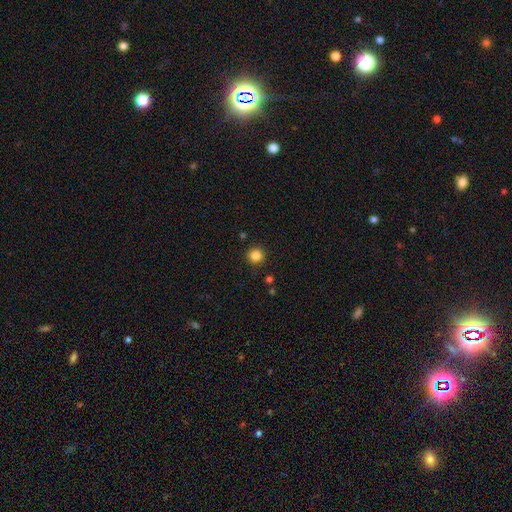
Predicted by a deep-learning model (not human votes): This is clearly a smooth galaxy (84%). How rounded: clearly round (95%). Merging: clearly none (92%).